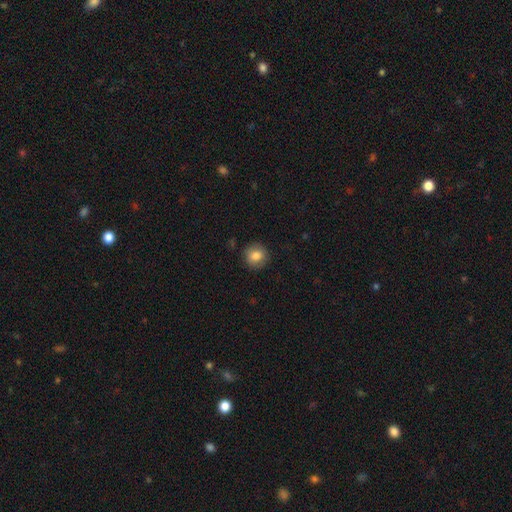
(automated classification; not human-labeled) Q: Smooth or featured?
A: smooth (83%); runner-up: star or artifact (9%)
Q: How rounded?
A: round (90%); runner-up: in between (9%)
Q: Merging?
A: none (89%); runner-up: minor disturbance (8%)